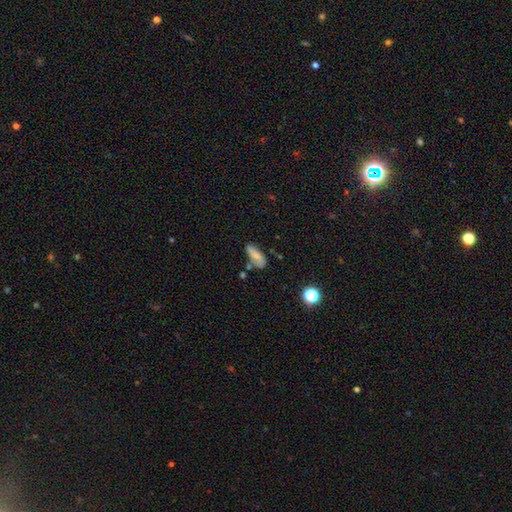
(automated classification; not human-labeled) smooth_or_featured: smooth (p=0.67) [alt: featured or disk p=0.23]
how_rounded: in between (p=0.77) [alt: cigar-shaped p=0.19]
merging: none (p=0.50) [alt: minor disturbance p=0.27]